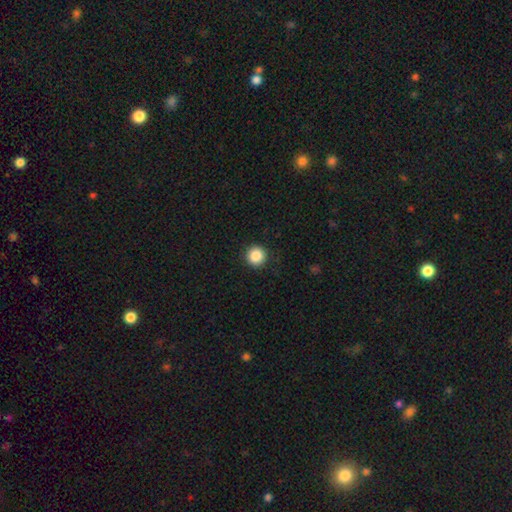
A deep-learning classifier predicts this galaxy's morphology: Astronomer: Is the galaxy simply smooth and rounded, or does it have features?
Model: smooth — 87%.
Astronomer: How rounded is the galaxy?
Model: round — 95%.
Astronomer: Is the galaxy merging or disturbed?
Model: none — 92%.